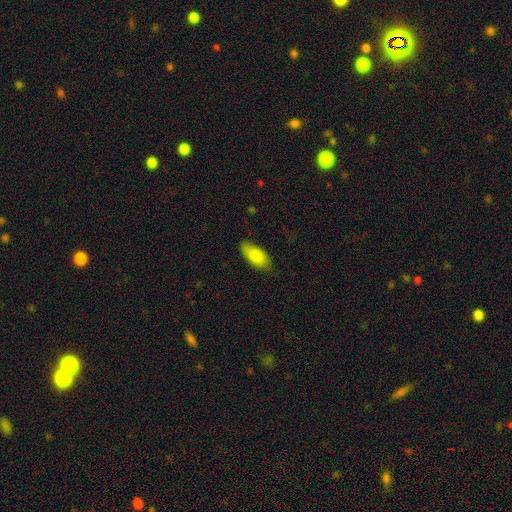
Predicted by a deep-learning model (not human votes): Smooth or featured? smooth (87%)
How rounded? in between (89%)
Merging? none (78%)